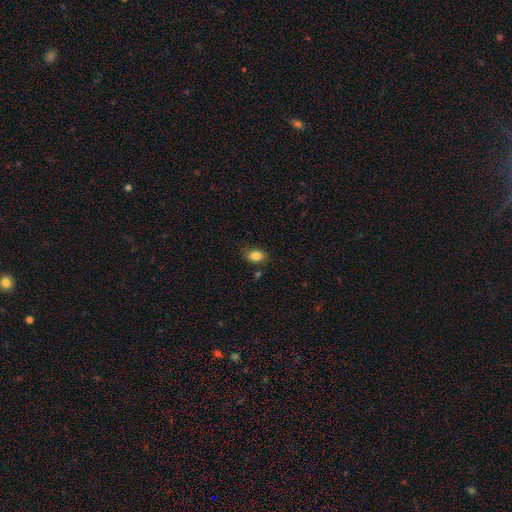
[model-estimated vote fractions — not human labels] Smooth or featured? Predicted: smooth (p=0.84). How rounded? Predicted: in between (p=0.81). Merging? Predicted: none (p=0.80).